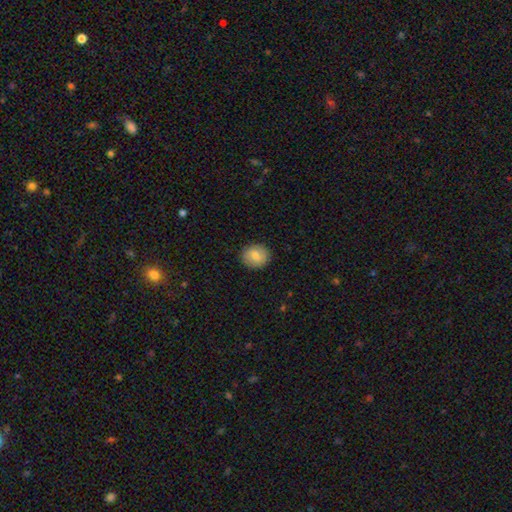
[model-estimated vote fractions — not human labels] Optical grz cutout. It shows a smooth galaxy with no disk features (79%) that is round (71%). Merging: none (89%).